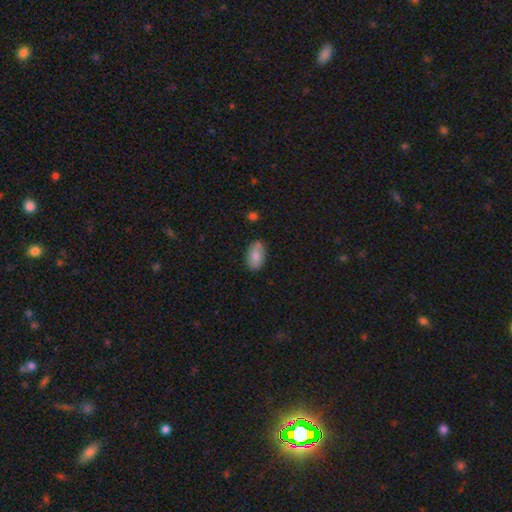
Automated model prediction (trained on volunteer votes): A smooth galaxy with no disk features (80%) that is in between round and cigar-shaped (92%).

Vote fractions:
- Smooth or featured? smooth: 80% / featured or disk: 13% / star or artifact: 7%
- How rounded? in between: 92% / round: 6% / cigar-shaped: 2%
- Merging? none: 77% / minor disturbance: 17% / merger: 3% / major disturbance: 3%